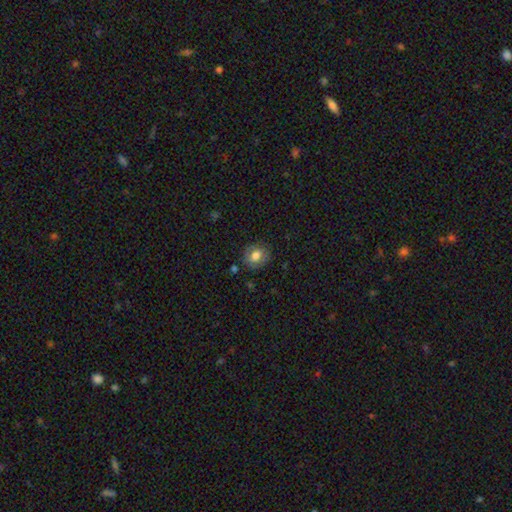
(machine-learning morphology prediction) Smooth or featured? smooth (71%)
How rounded? round (59%)
Merging? none (81%)